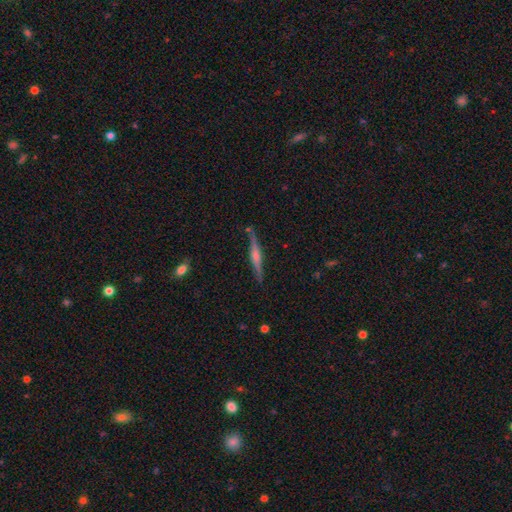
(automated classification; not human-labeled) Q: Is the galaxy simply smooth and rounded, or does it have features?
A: featured or disk — 80%.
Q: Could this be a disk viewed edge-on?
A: yes — 98%.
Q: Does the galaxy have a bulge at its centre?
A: rounded — 82%.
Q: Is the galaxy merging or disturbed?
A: none — 86%.